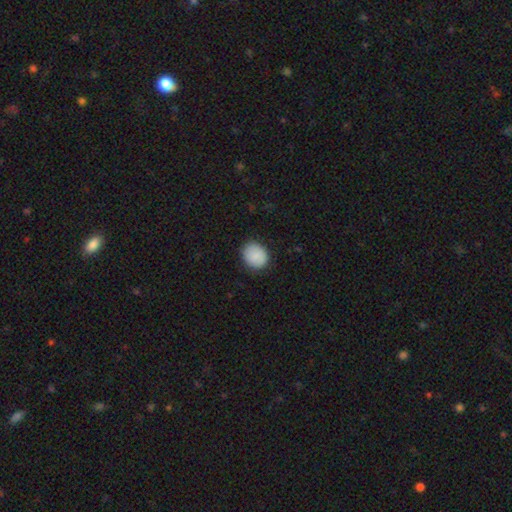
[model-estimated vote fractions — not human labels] Q: Smooth or featured?
A: smooth (88%); runner-up: star or artifact (7%)
Q: How rounded?
A: round (69%); runner-up: in between (30%)
Q: Merging?
A: none (86%); runner-up: minor disturbance (11%)